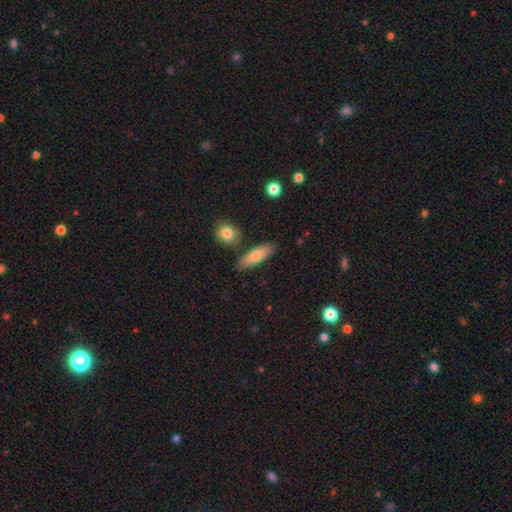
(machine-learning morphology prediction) This appears to be a smooth galaxy with no disk features (77%) that is in between round and cigar-shaped (50%). Merging: none (80%).